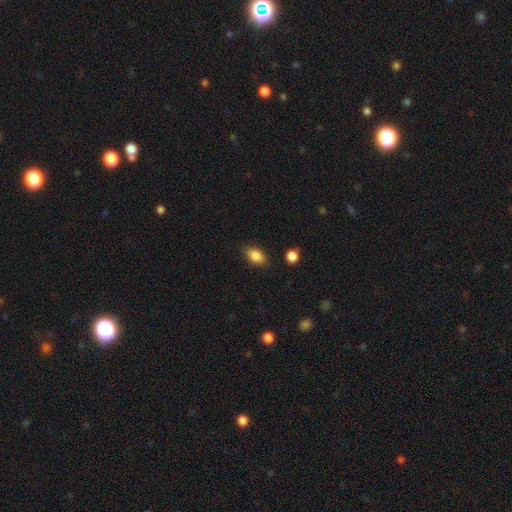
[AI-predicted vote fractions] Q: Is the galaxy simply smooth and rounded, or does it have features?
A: smooth — 86%.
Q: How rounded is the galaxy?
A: in between — 86%.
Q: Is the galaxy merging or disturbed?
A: none — 83%.